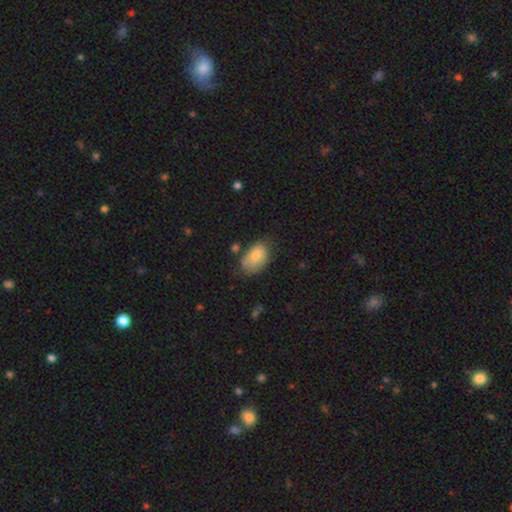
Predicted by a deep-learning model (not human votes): Smooth or featured? Predicted: smooth (p=0.77). How rounded? Predicted: in between (p=0.89). Merging? Predicted: none (p=0.55).